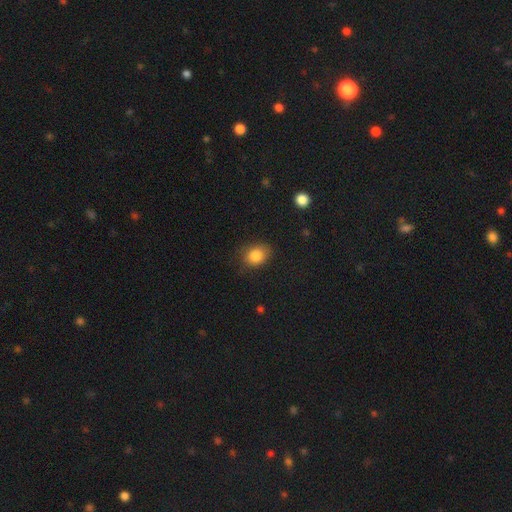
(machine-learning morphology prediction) The model was most divided on "how rounded": in between: 55%, round: 44%, cigar-shaped: 1%. More confident: smooth or featured — smooth (84%); merging — none (76%).